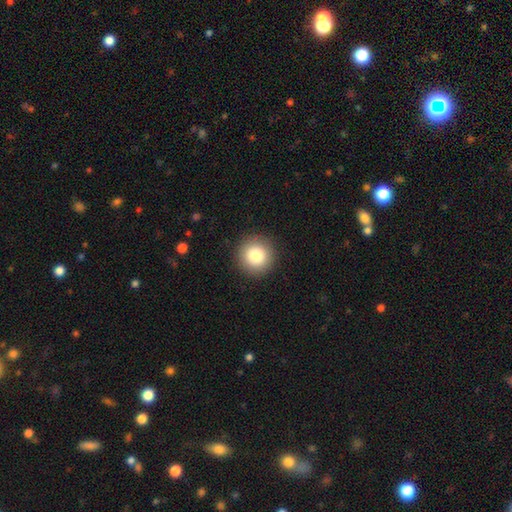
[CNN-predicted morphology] A smooth galaxy with no disk features (82%) that is round (95%). Merging: none (92%).